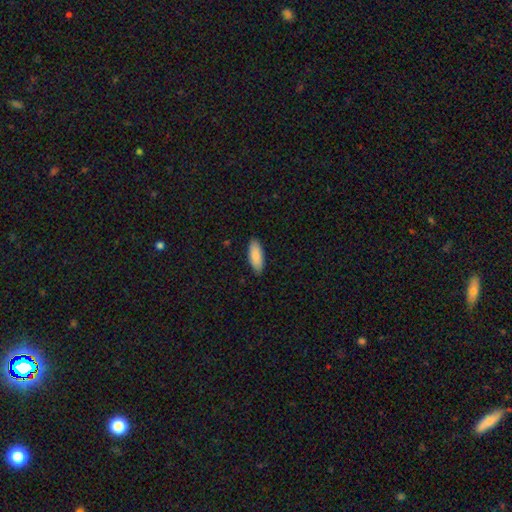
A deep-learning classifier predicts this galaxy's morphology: Smooth or featured?
  - smooth: 89% *
  - featured or disk: 6%
  - star or artifact: 5%
How rounded?
  - in between: 78% *
  - cigar-shaped: 20%
  - round: 2%
Merging?
  - none: 89% *
  - minor disturbance: 9%
  - major disturbance: 2%
  - merger: 1%